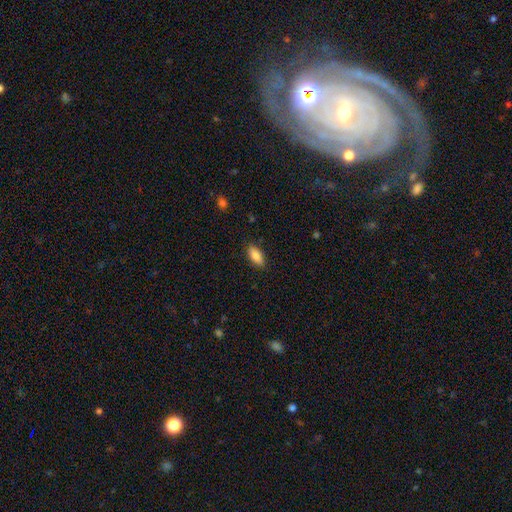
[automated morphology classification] smooth_or_featured: smooth (p=0.85) [alt: featured or disk p=0.08]
how_rounded: in between (p=0.87) [alt: cigar-shaped p=0.10]
merging: none (p=0.87) [alt: minor disturbance p=0.10]